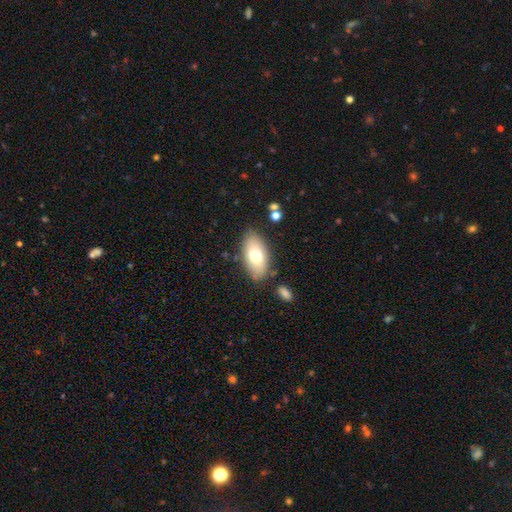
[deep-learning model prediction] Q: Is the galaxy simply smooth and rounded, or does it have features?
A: smooth — 72%.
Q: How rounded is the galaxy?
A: in between — 92%.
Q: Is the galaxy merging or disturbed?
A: none — 82%.